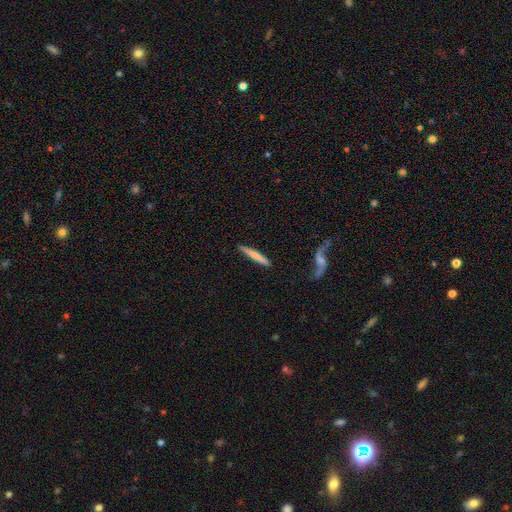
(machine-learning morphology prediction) A smooth galaxy with no disk features (58%) that is cigar-shaped (94%).

Vote fractions:
- Smooth or featured? smooth: 58% / featured or disk: 37% / star or artifact: 5%
- How rounded? cigar-shaped: 94% / in between: 4% / round: 1%
- Merging? none: 87% / minor disturbance: 9% / merger: 2% / major disturbance: 2%